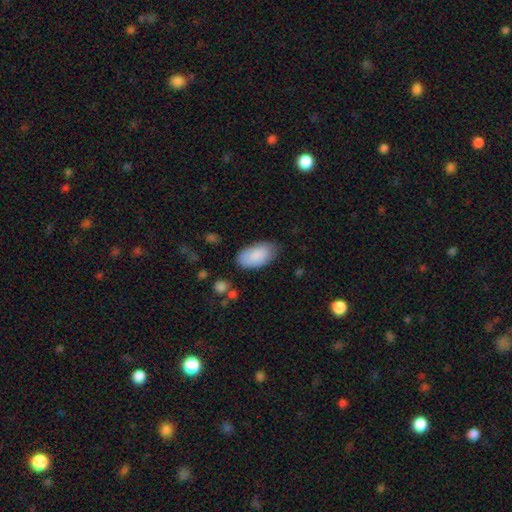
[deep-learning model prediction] Smooth or featured: smooth — 87% (featured or disk — 7%)
How rounded: in between — 95% (round — 3%)
Merging: none — 74% (minor disturbance — 20%)